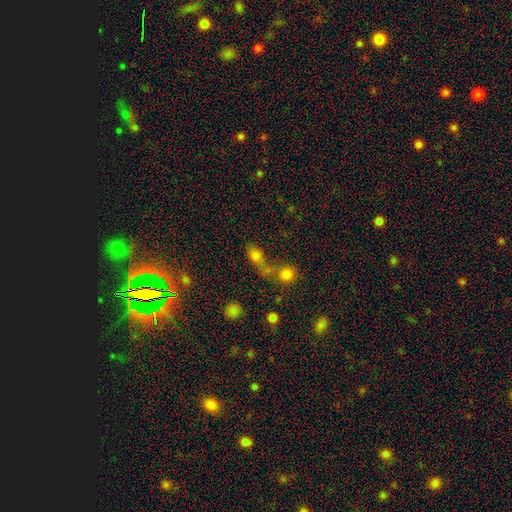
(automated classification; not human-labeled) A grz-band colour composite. It shows a smooth galaxy with no disk features (70%) that is in between round and cigar-shaped (60%). Merging: merger (54%).